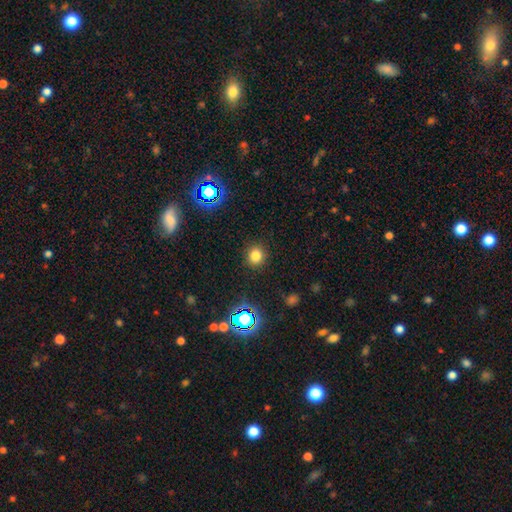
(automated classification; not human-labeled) A smooth galaxy with no disk features (77%) that is round (89%).

Vote fractions:
- Smooth or featured? smooth: 77% / star or artifact: 18% / featured or disk: 5%
- How rounded? round: 89% / in between: 10% / cigar-shaped: 1%
- Merging? none: 90% / minor disturbance: 6% / major disturbance: 3% / merger: 1%